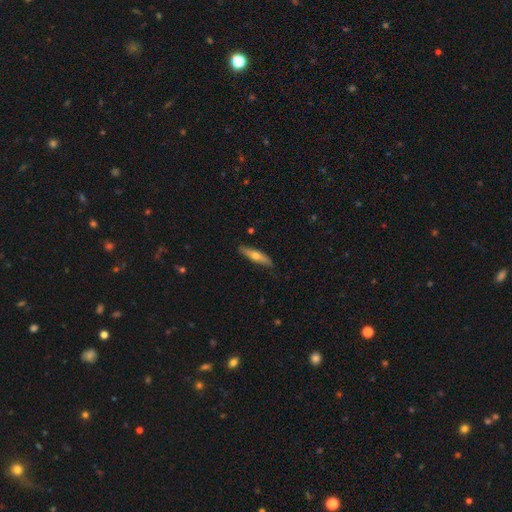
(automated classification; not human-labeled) smooth_or_featured: smooth (p=0.53) [alt: featured or disk p=0.41]
how_rounded: cigar-shaped (p=0.77) [alt: in between p=0.21]
merging: none (p=0.87) [alt: minor disturbance p=0.10]